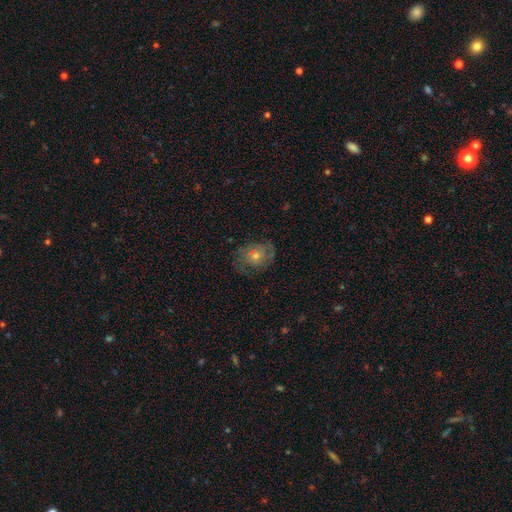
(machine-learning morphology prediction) Q: Smooth or featured?
A: featured or disk (51%); runner-up: smooth (36%)
Q: Edge-on disk?
A: no (96%); runner-up: yes (4%)
Q: Merging?
A: none (71%); runner-up: minor disturbance (18%)